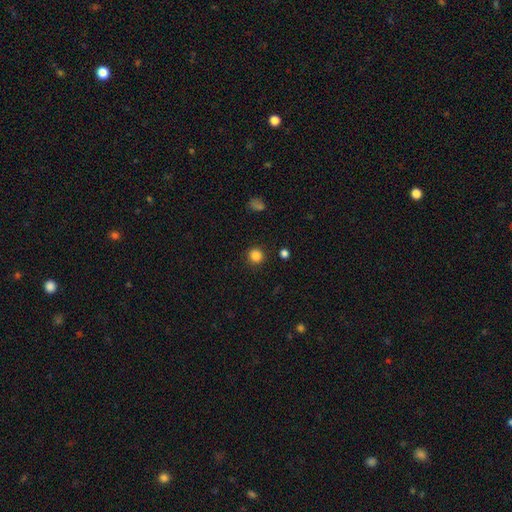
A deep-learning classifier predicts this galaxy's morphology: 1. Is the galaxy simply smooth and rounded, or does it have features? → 85% smooth, 12% star or artifact, 3% featured or disk.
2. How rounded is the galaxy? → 94% round, 5% in between, 1% cigar-shaped.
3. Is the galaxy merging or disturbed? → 90% none, 6% minor disturbance, 2% major disturbance, 2% merger.